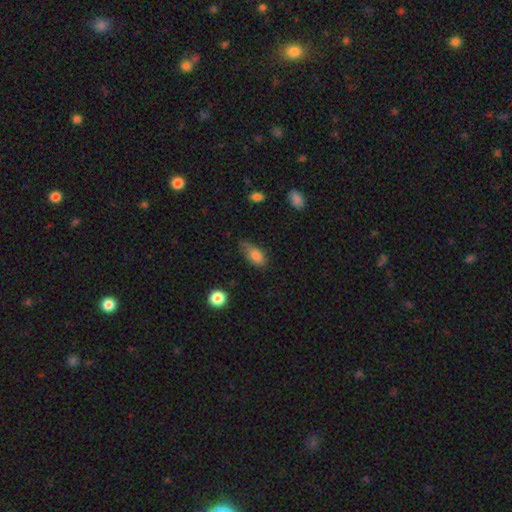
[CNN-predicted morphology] Smooth or featured? Predicted: smooth (p=0.80). How rounded? Predicted: in between (p=0.89). Merging? Predicted: none (p=0.49).